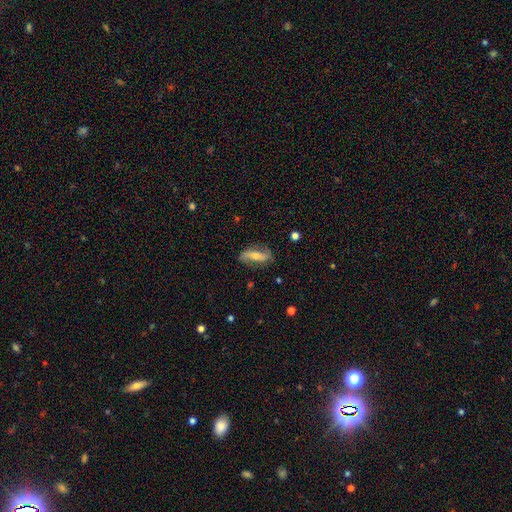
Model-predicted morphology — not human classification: The model was most divided on "bulge size": moderate: 49%, small: 43%, large: 4%, none: 3%, dominant: 1%. Remaining: spiral arms — yes (83%); edge-on disk — no (79%); merging — none (78%); smooth or featured — featured or disk (66%); bar — strong (45%).